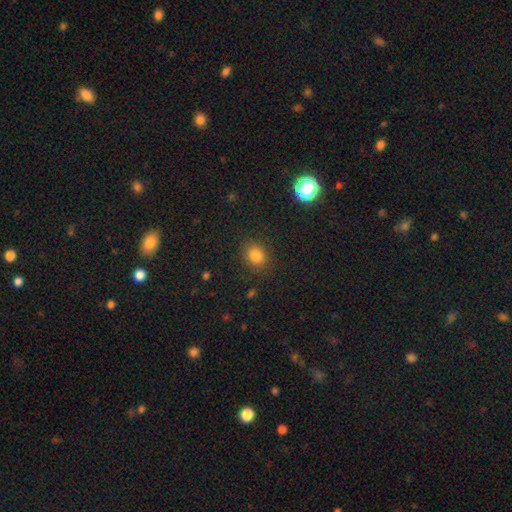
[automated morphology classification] This appears to be a smooth galaxy with no disk features (82%) that is round (69%). Merging: none (87%).